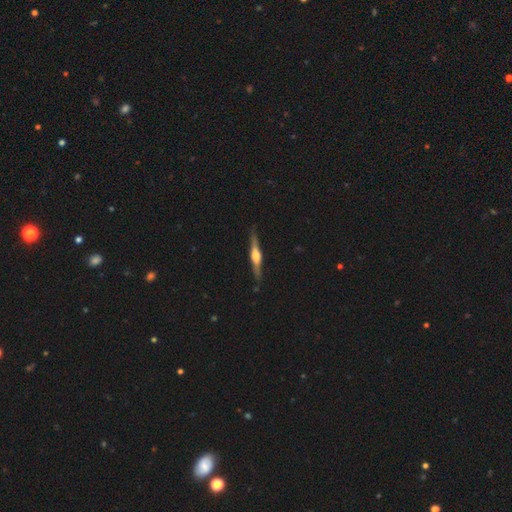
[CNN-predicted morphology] Smooth or featured?
  - featured or disk: 76% *
  - smooth: 19%
  - star or artifact: 5%
Edge-on disk?
  - yes: 98% *
  - no: 2%
Edge-on bulge?
  - rounded: 84% *
  - boxy: 12%
  - none: 3%
Merging?
  - none: 87% *
  - minor disturbance: 9%
  - major disturbance: 2%
  - merger: 1%